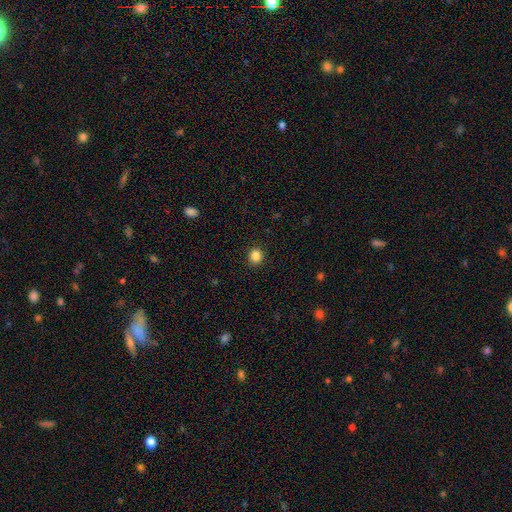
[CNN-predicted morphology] This appears to be a smooth galaxy with no disk features (86%) that is round (82%). Merging: none (91%).